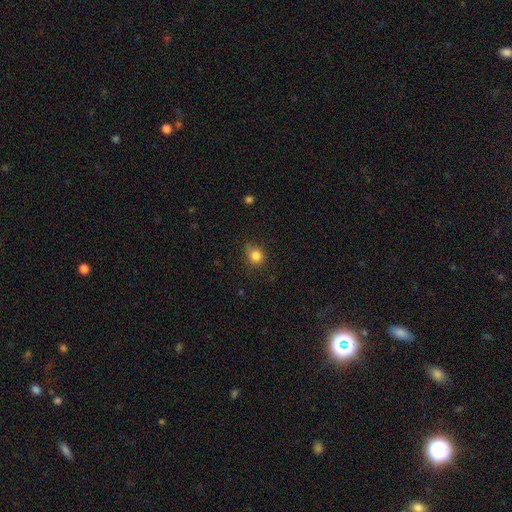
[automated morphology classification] Smooth or featured? smooth (83%)
How rounded? round (83%)
Merging? none (68%)